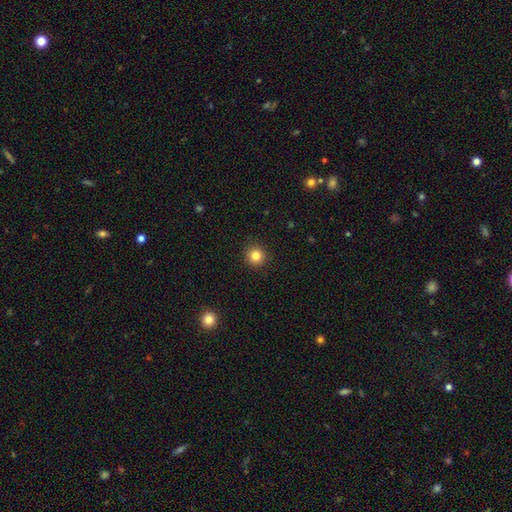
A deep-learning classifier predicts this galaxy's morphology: A smooth galaxy with no disk features (84%) that is round (94%).

Vote fractions:
- Smooth or featured? smooth: 84% / star or artifact: 11% / featured or disk: 5%
- How rounded? round: 94% / in between: 5% / cigar-shaped: 1%
- Merging? none: 92% / minor disturbance: 5% / major disturbance: 2% / merger: 1%